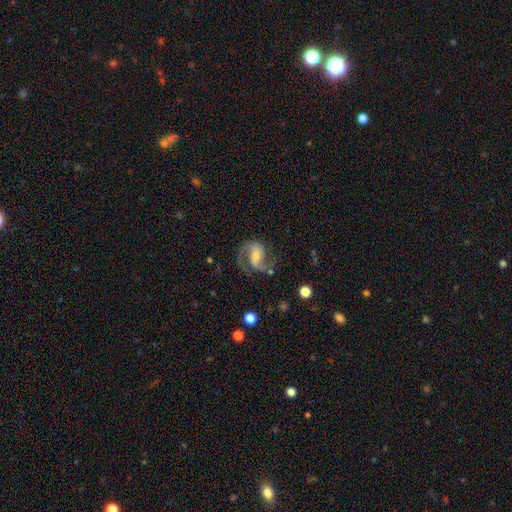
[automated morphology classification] smooth-or-featured: featured or disk: 89% | smooth: 6% | star or artifact: 5%
  disk-edge-on: no: 98% | yes: 2%
    bar: weak: 43% | strong: 34% | no: 23%
    has-spiral-arms: yes: 97% | no: 3%
      spiral-winding: medium: 58% | loose: 27% | tight: 14%
      spiral-arm-count: 2: 91% | 1: 3% | can't tell: 2% | 3: 2% | 4: 1% | more than 4: 1%
    bulge-size: small: 44% | moderate: 43% | none: 6% | large: 6% | dominant: 1%
  merging: none: 70% | minor disturbance: 16% | major disturbance: 12% | merger: 2%